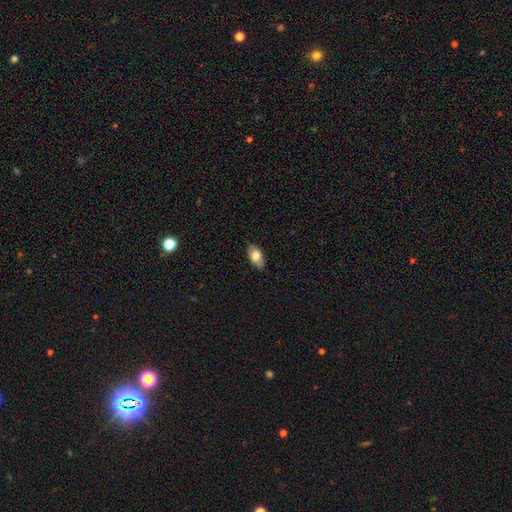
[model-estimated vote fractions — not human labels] Q: Smooth or featured?
A: smooth (71%); runner-up: featured or disk (22%)
Q: How rounded?
A: in between (93%); runner-up: round (4%)
Q: Merging?
A: none (86%); runner-up: minor disturbance (11%)